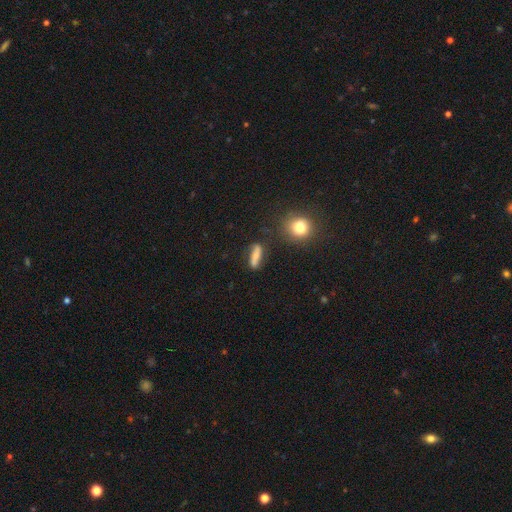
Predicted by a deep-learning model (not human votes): smooth 53%, featured or disk 36%, star or artifact 11%. Down the decision tree: how rounded — cigar-shaped (55%); merging — none (69%).